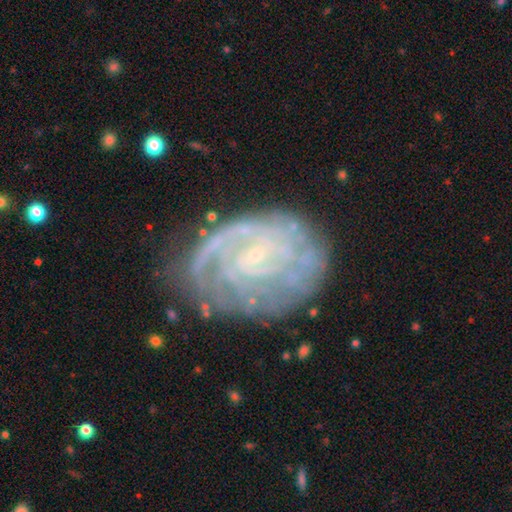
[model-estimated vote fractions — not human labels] Smooth or featured? featured or disk (81%)
Edge-on disk? no (97%)
Bar? no (49%)
Spiral arms? yes (88%)
Spiral winding? tight (66%)
Spiral arm count? can't tell (46%)
Bulge size? small (78%)
Merging? none (66%)